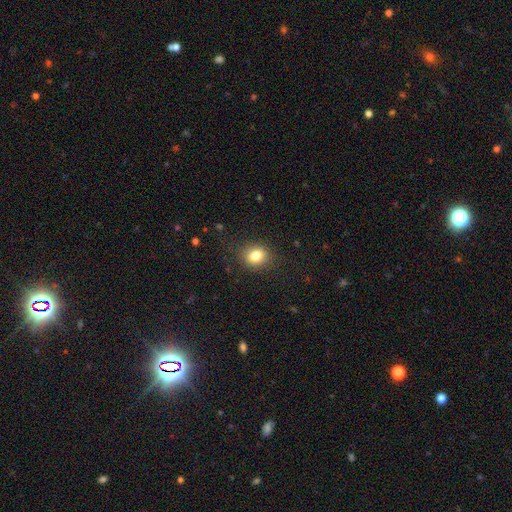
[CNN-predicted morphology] This is clearly a smooth galaxy (81%). How rounded: likely round (63%). Merging: clearly none (86%).